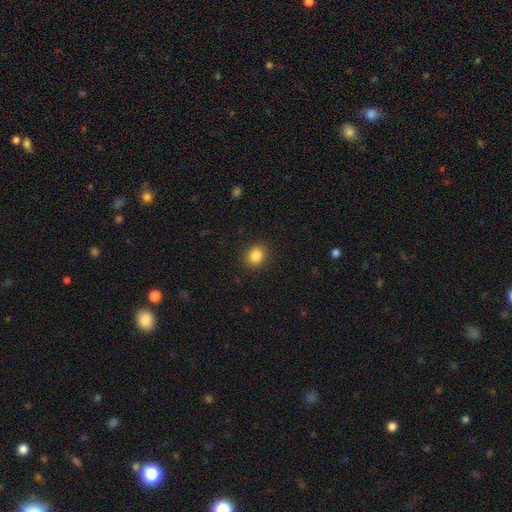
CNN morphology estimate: smooth_or_featured: smooth (p=0.86) [alt: star or artifact p=0.10]
how_rounded: round (p=0.68) [alt: in between p=0.32]
merging: none (p=0.90) [alt: minor disturbance p=0.07]